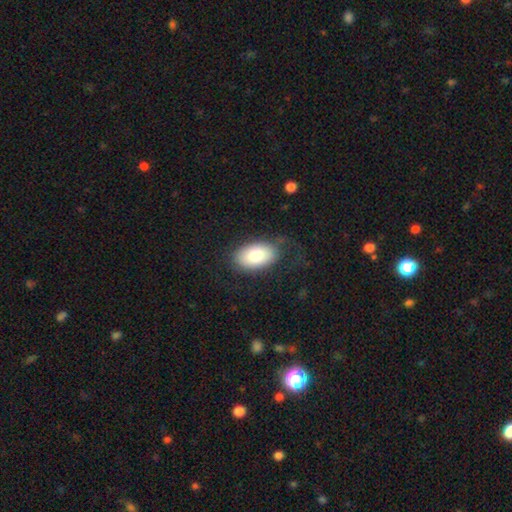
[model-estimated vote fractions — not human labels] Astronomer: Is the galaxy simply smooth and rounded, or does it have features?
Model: smooth — 78%.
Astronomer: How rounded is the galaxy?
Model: in between — 92%.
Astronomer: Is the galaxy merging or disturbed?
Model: none — 70%.